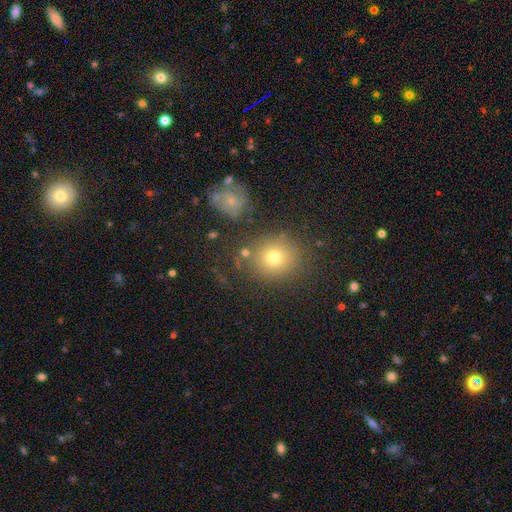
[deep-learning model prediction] This is possibly a smooth galaxy (53%). How rounded: clearly round (85%). Merging: likely none (78%).